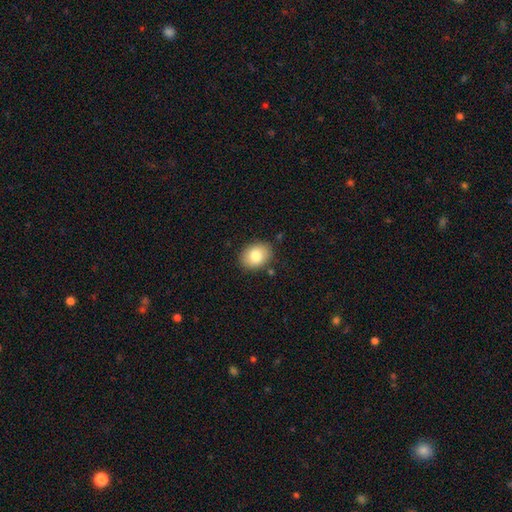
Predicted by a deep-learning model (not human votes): Smooth or featured? smooth (81%)
How rounded? in between (63%)
Merging? none (85%)